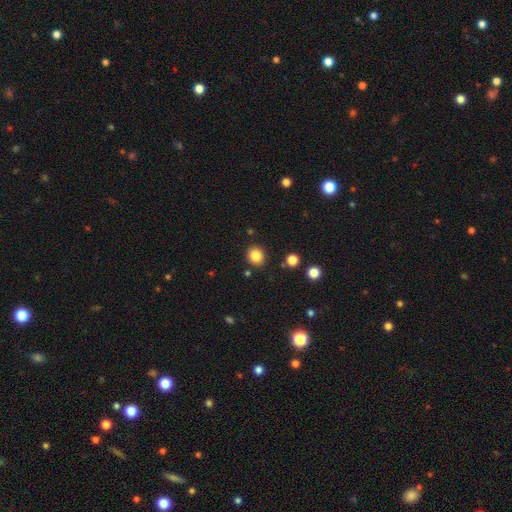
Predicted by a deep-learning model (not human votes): smooth 85%, star or artifact 11%, featured or disk 4%. Down the decision tree: how rounded — round (80%); merging — none (88%).